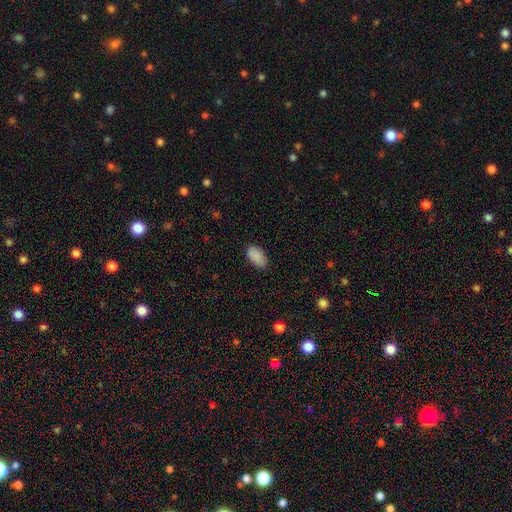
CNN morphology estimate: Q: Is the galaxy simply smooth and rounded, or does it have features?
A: smooth — 88%.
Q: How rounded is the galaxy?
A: in between — 94%.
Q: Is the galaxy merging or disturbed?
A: none — 81%.